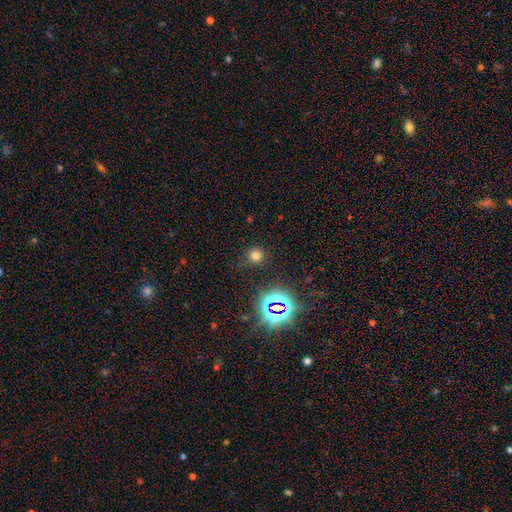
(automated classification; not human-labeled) Smooth or featured?
  - smooth: 68% *
  - star or artifact: 26%
  - featured or disk: 6%
How rounded?
  - round: 91% *
  - in between: 8%
  - cigar-shaped: 1%
Merging?
  - none: 83% *
  - minor disturbance: 10%
  - major disturbance: 4%
  - merger: 2%